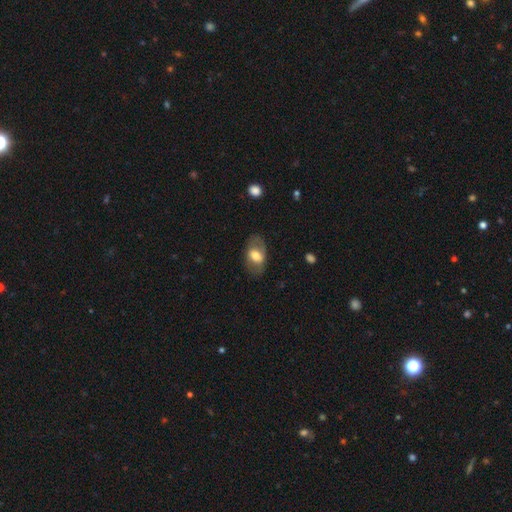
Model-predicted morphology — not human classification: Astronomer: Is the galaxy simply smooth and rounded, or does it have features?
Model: smooth — 58% (runner-up: featured or disk, 35%).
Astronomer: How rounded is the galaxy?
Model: in between — 86%.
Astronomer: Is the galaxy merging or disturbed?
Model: none — 75%.